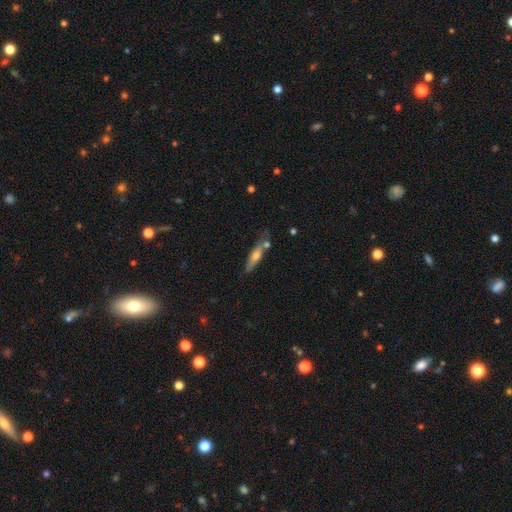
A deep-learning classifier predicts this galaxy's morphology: Smooth or featured? Predicted: smooth (p=0.54). How rounded? Predicted: cigar-shaped (p=0.75). Merging? Predicted: none (p=0.63).